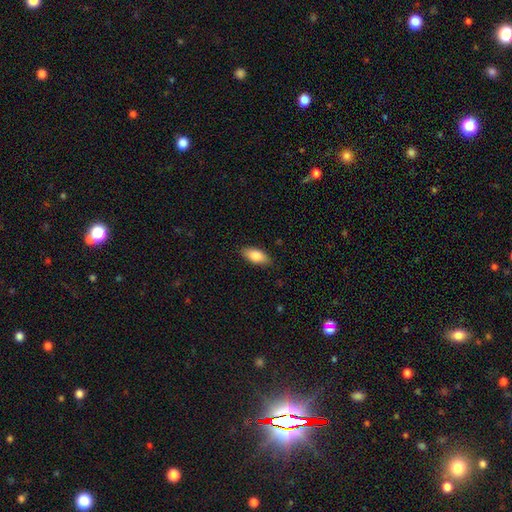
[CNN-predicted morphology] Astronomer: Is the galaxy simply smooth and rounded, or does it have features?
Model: smooth — 83%.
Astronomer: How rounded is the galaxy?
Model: in between — 87%.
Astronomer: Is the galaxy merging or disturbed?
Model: none — 85%.